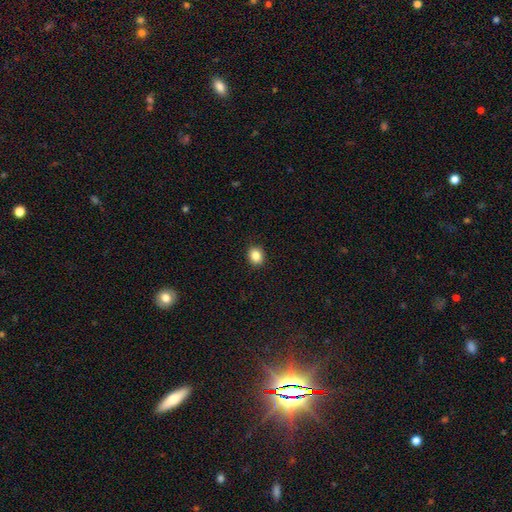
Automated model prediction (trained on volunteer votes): Smooth or featured? Predicted: smooth (p=0.86). How rounded? Predicted: round (p=0.69). Merging? Predicted: none (p=0.90).